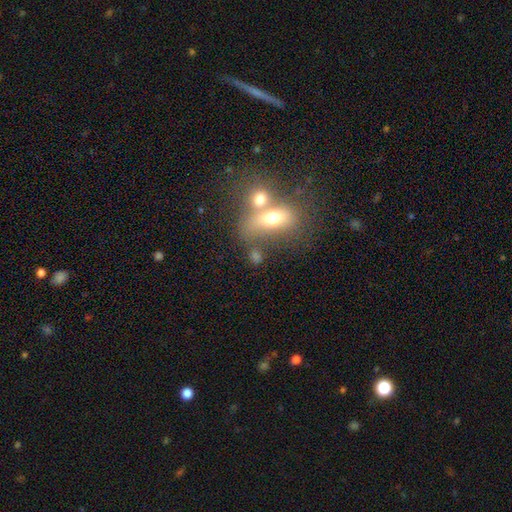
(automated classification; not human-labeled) This is likely a smooth galaxy (66%). How rounded: likely in between (67%). Merging: possibly merger (48%).